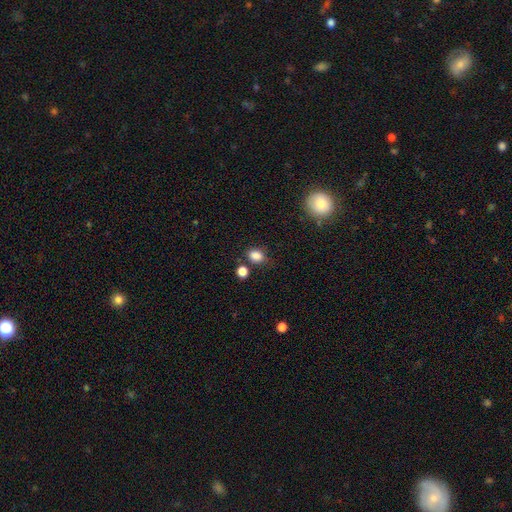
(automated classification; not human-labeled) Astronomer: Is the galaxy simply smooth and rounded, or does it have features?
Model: smooth — 84%.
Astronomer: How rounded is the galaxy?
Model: in between — 59% (runner-up: round, 40%).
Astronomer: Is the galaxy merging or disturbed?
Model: none — 72%.